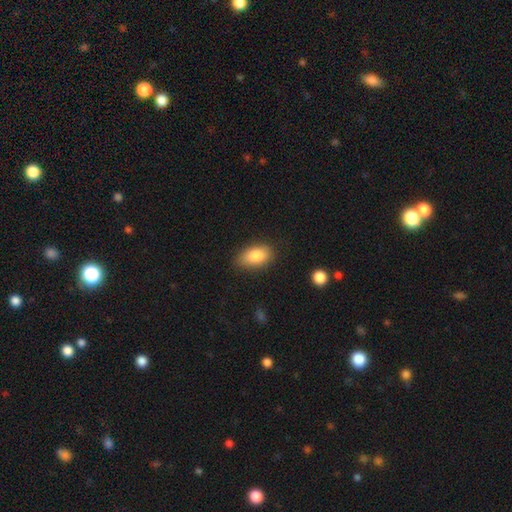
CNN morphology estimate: Smooth or featured?
  - smooth: 85% *
  - featured or disk: 8%
  - star or artifact: 7%
How rounded?
  - in between: 92% *
  - round: 6%
  - cigar-shaped: 3%
Merging?
  - none: 81% *
  - minor disturbance: 14%
  - major disturbance: 3%
  - merger: 1%